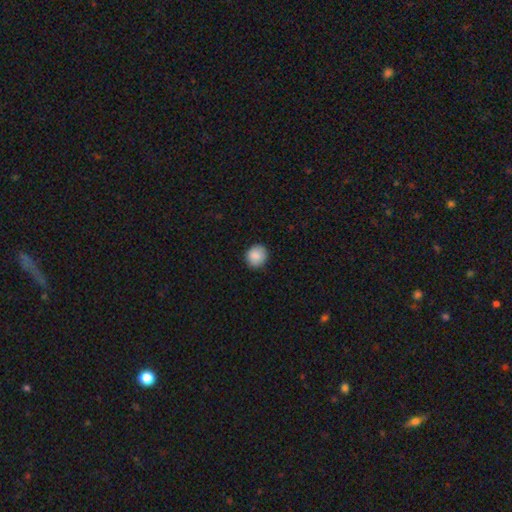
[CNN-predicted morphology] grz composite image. It shows a smooth galaxy with no disk features (89%) that is round (85%). Merging: none (88%).